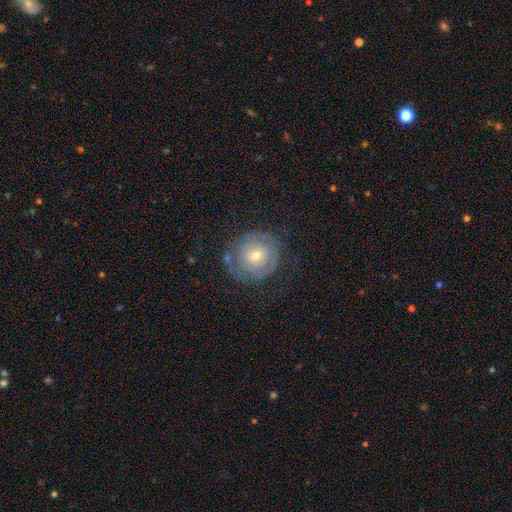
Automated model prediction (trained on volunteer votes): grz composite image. It shows a featured or disk galaxy (57%) with no bar (73%), spiral arms (71%) and a small central bulge (53%). Merging: none (71%).